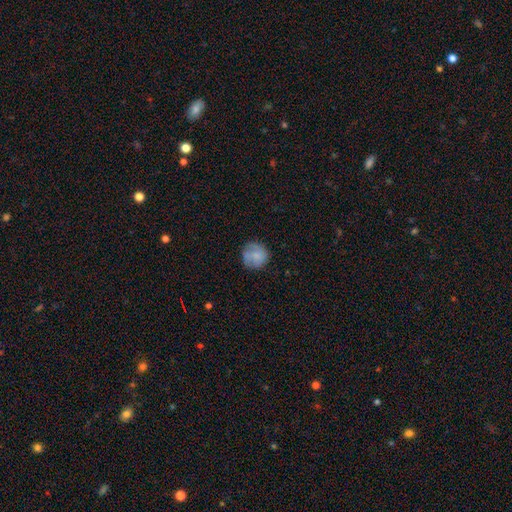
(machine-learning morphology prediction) Smooth or featured: smooth — 68% (featured or disk — 24%)
How rounded: round — 91% (in between — 8%)
Merging: none — 74% (minor disturbance — 18%)